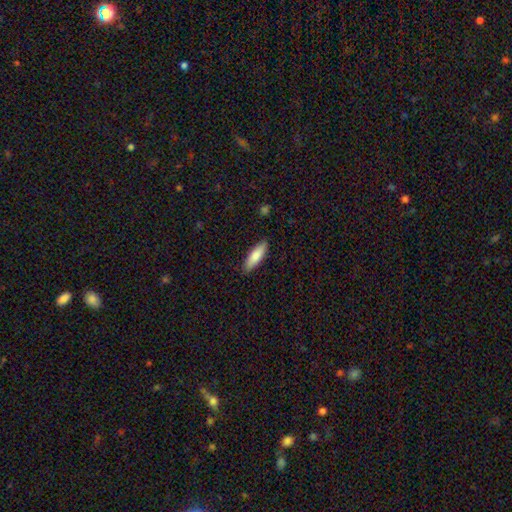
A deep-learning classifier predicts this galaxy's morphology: smooth-or-featured: smooth: 83% | featured or disk: 11% | star or artifact: 6%
  how-rounded: in between: 50% | cigar-shaped: 49% | round: 2%
  merging: none: 88% | minor disturbance: 9% | major disturbance: 2% | merger: 1%